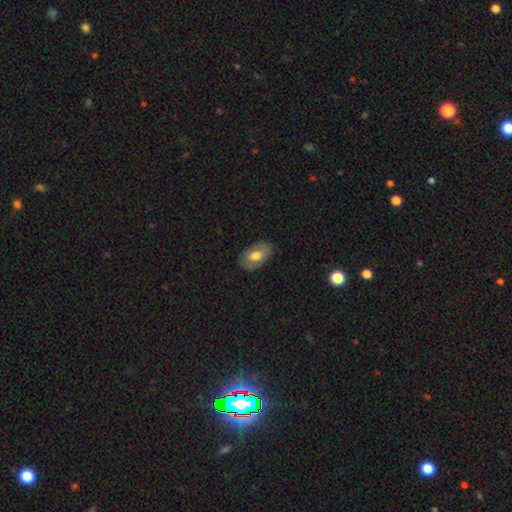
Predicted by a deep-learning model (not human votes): Morphology: type=smooth (59%); roundness=in between (90%); merging=none (81%).